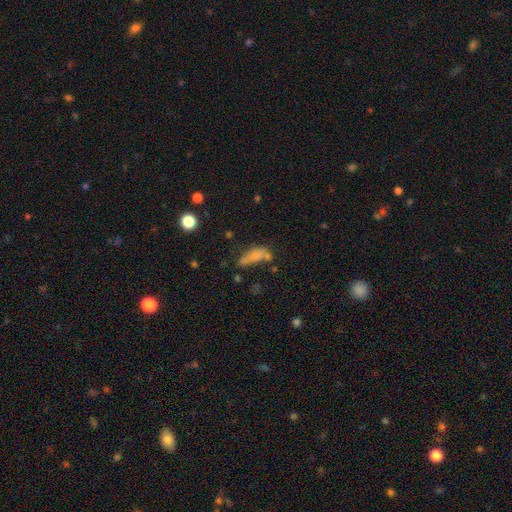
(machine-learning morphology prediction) A smooth galaxy with no disk features (69%) that is in between round and cigar-shaped (69%). Merging: none (35%).